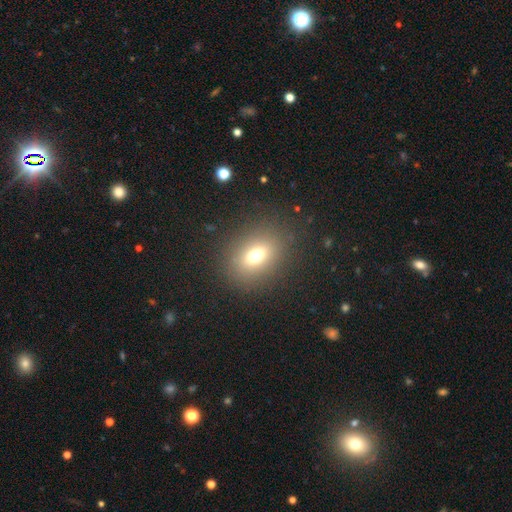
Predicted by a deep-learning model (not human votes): A smooth galaxy with no disk features (68%) that is in between round and cigar-shaped (54%).

Vote fractions:
- Smooth or featured? smooth: 68% / star or artifact: 17% / featured or disk: 15%
- How rounded? in between: 54% / round: 45% / cigar-shaped: 2%
- Merging? none: 86% / minor disturbance: 8% / major disturbance: 5% / merger: 1%